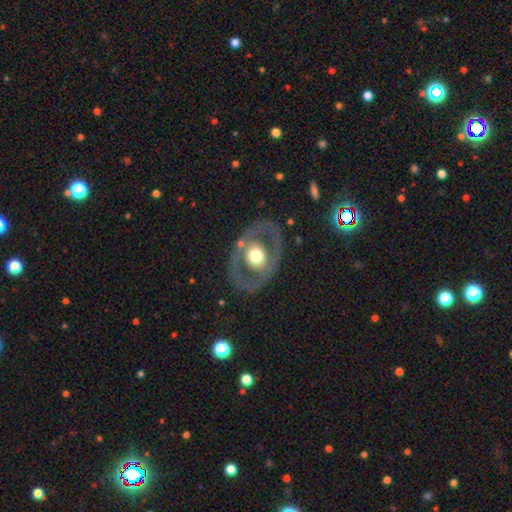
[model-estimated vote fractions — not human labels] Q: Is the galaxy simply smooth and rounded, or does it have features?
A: featured or disk — 60%.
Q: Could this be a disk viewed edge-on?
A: no — 92%.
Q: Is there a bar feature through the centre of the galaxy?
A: no — 84%.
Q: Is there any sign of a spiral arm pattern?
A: no — 85%.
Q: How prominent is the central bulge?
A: moderate — 53%.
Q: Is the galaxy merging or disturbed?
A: none — 79%.